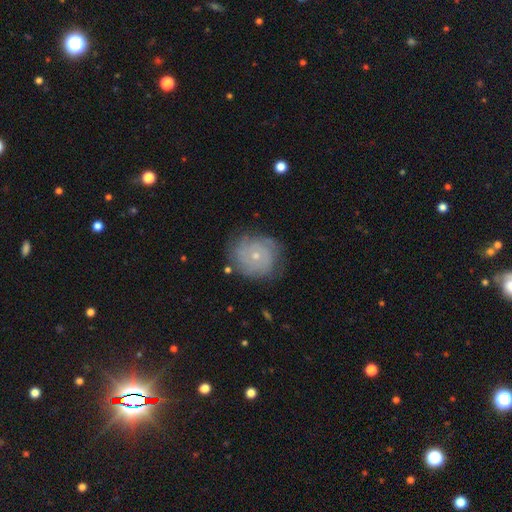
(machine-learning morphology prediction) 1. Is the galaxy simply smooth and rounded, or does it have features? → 66% featured or disk, 26% smooth, 8% star or artifact.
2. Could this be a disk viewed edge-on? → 97% no, 3% yes.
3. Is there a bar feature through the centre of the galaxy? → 84% no, 14% weak, 2% strong.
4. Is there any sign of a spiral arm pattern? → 85% yes, 15% no.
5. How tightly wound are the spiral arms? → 73% tight, 20% medium, 6% loose.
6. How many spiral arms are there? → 46% can't tell, 20% 2, 15% 3, 8% 4, 5% 1, 5% more than 4.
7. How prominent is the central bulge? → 73% small, 24% moderate, 1% none, 1% large, 1% dominant.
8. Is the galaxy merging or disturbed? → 75% none, 18% minor disturbance, 6% major disturbance, 2% merger.